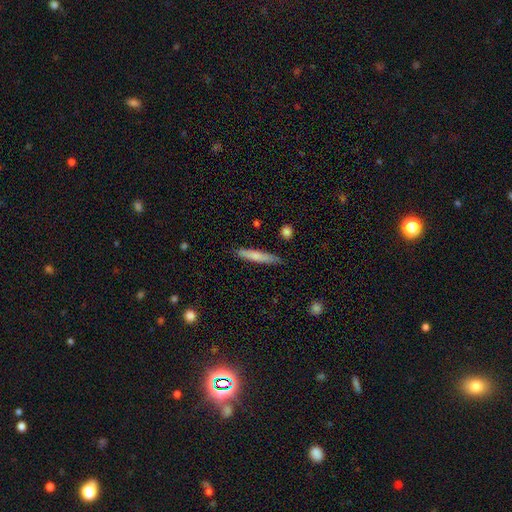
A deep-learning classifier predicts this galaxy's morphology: A smooth galaxy with no disk features (71%) that is cigar-shaped (91%). Merging: none (84%).